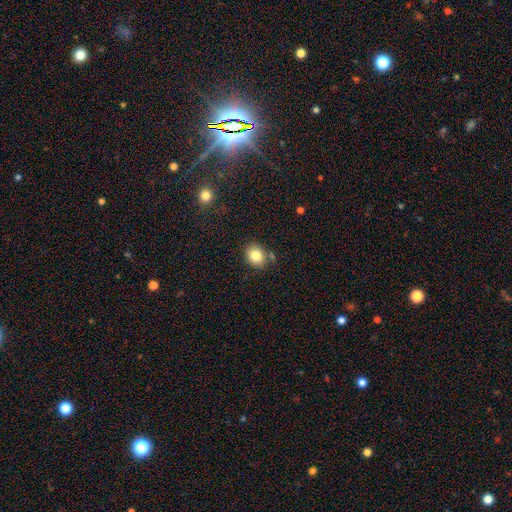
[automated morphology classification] A smooth galaxy with no disk features (82%) that is round (57%). Merging: none (79%).